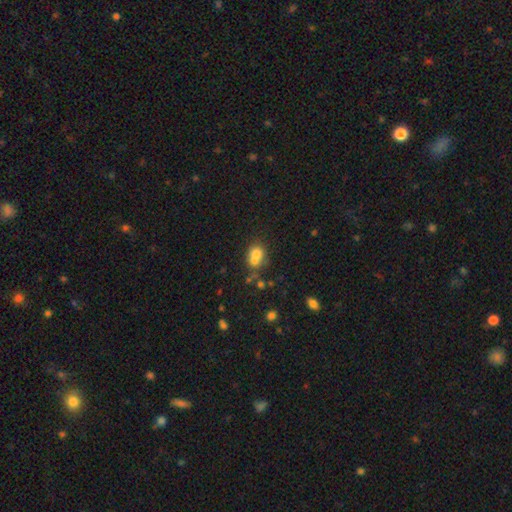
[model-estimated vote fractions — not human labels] Q: Smooth or featured?
A: smooth (70%); runner-up: featured or disk (16%)
Q: How rounded?
A: round (57%); runner-up: in between (42%)
Q: Merging?
A: merger (53%); runner-up: none (31%)